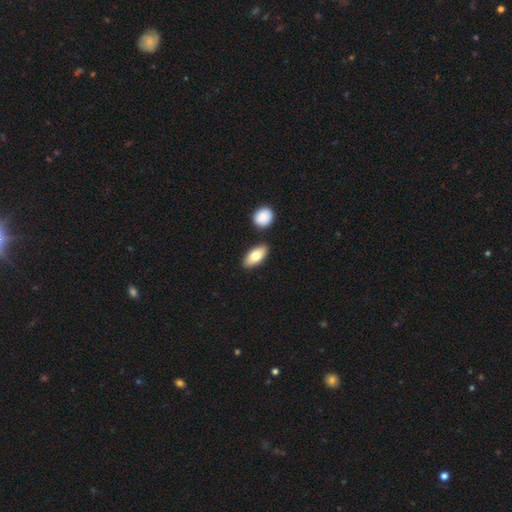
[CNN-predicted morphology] smooth-or-featured: smooth: 77% | featured or disk: 17% | star or artifact: 6%
  how-rounded: in between: 88% | cigar-shaped: 8% | round: 3%
  merging: none: 82% | minor disturbance: 9% | merger: 7% | major disturbance: 2%